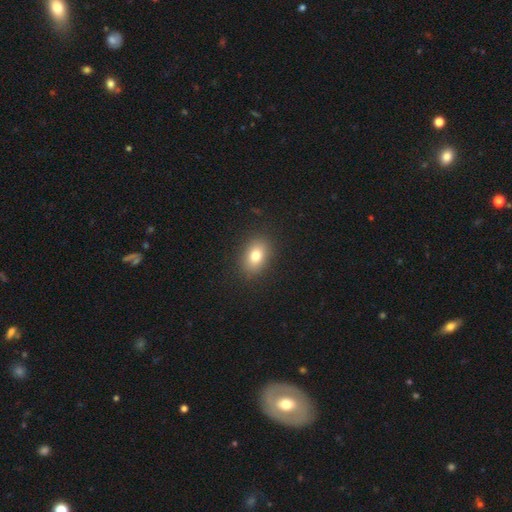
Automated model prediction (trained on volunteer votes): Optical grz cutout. It shows a smooth galaxy with no disk features (79%) that is in between round and cigar-shaped (79%). Merging: none (88%).